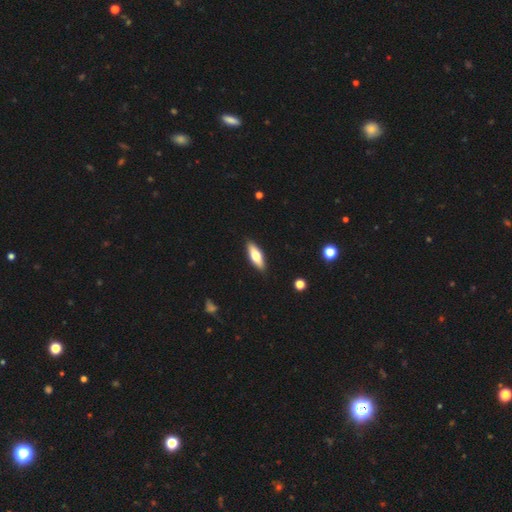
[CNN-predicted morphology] smooth_or_featured: smooth (p=0.62) [alt: featured or disk p=0.33]
how_rounded: in between (p=0.60) [alt: cigar-shaped p=0.38]
merging: none (p=0.89) [alt: minor disturbance p=0.08]